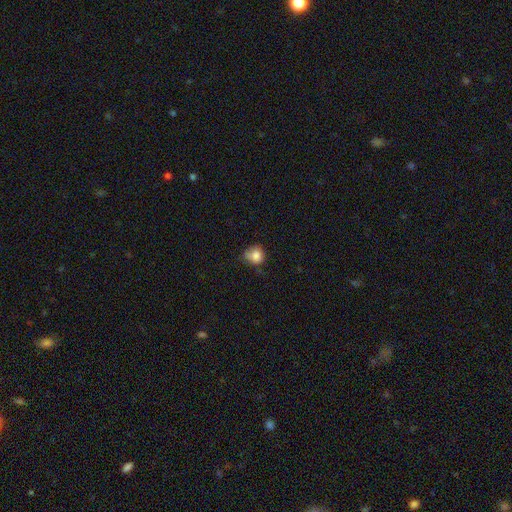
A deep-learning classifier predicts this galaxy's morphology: This is clearly a smooth galaxy (81%). How rounded: likely round (72%). Merging: marginally none (44%).